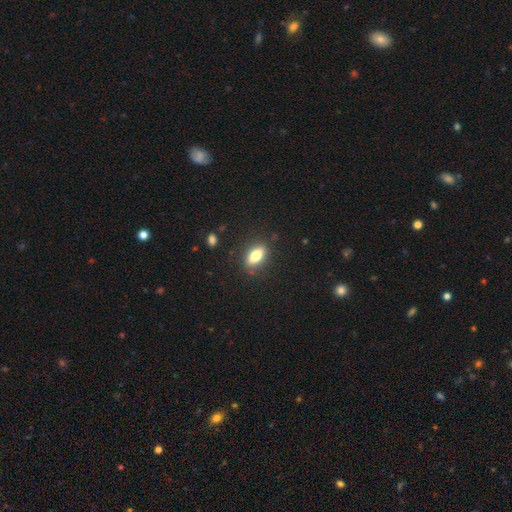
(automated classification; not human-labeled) This is likely a smooth galaxy (76%). How rounded: likely in between (80%). Merging: clearly none (85%).